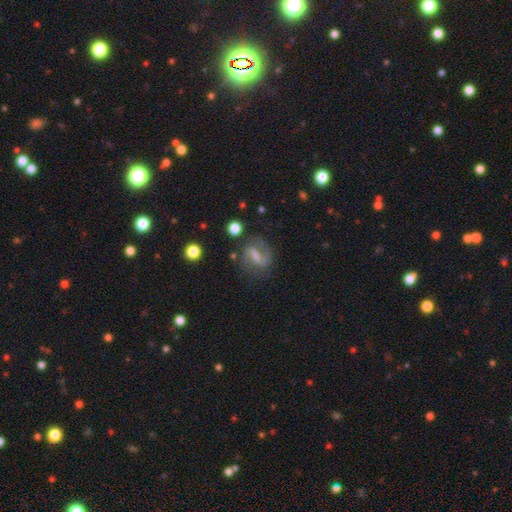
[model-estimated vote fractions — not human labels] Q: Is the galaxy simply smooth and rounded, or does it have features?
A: featured or disk — 72%.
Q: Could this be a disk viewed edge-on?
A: no — 97%.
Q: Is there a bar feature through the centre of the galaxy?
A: weak — 45%.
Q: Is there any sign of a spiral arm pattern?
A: yes — 92%.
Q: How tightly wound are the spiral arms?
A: medium — 50%.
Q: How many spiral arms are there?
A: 2 — 85%.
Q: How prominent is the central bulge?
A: none — 34%.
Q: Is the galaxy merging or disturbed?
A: none — 69%.